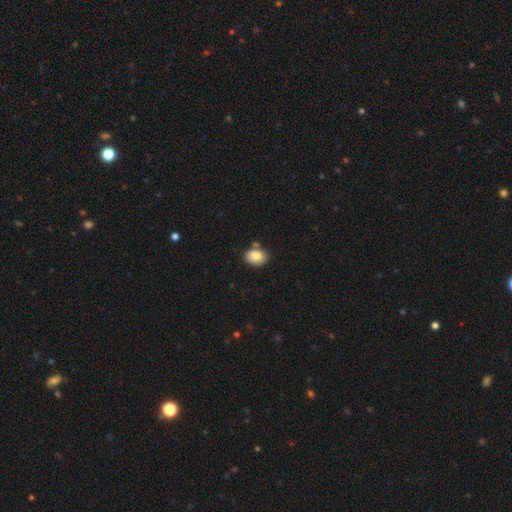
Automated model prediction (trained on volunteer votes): A smooth galaxy with no disk features (83%) that is in between round and cigar-shaped (65%).

Vote fractions:
- Smooth or featured? smooth: 83% / featured or disk: 9% / star or artifact: 8%
- How rounded? in between: 65% / round: 34% / cigar-shaped: 1%
- Merging? none: 73% / minor disturbance: 15% / merger: 10% / major disturbance: 3%